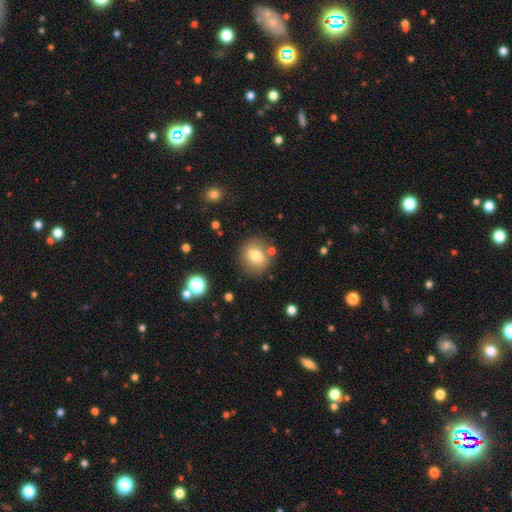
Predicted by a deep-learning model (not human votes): Smooth or featured? smooth (74%)
How rounded? round (73%)
Merging? none (78%)